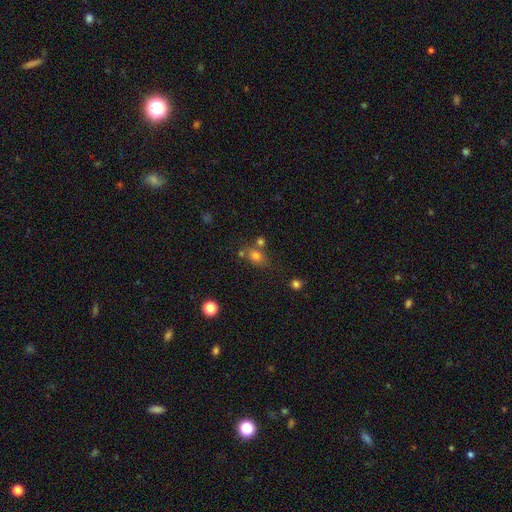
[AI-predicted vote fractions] The model was most divided on "how rounded": in between: 56%, round: 42%, cigar-shaped: 2%. More confident: smooth or featured — smooth (76%); merging — none (57%).